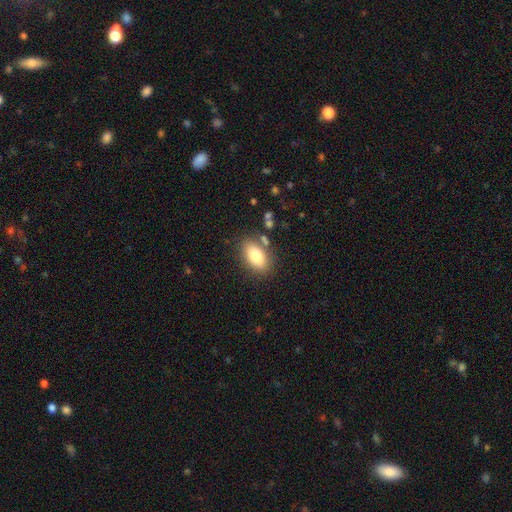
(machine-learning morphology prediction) Smooth or featured?
  - smooth: 81% *
  - featured or disk: 11%
  - star or artifact: 8%
How rounded?
  - in between: 90% *
  - round: 7%
  - cigar-shaped: 3%
Merging?
  - none: 77% *
  - minor disturbance: 13%
  - merger: 6%
  - major disturbance: 4%